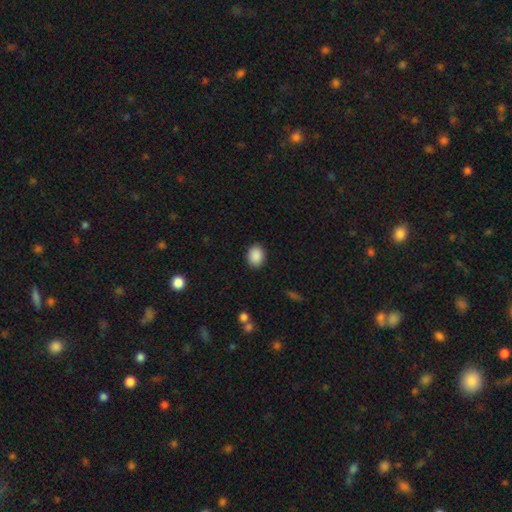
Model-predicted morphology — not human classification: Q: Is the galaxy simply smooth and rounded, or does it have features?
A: smooth — 89%.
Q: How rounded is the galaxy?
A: in between — 53%.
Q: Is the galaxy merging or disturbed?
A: none — 89%.